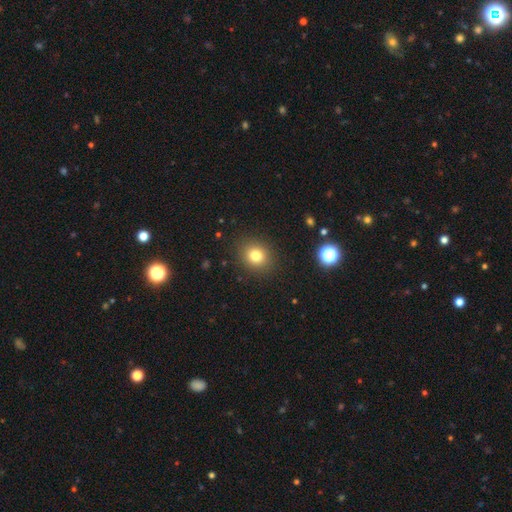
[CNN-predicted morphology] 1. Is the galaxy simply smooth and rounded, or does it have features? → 79% smooth, 13% star or artifact, 8% featured or disk.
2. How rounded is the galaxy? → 75% round, 24% in between, 1% cigar-shaped.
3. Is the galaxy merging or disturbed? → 89% none, 7% minor disturbance, 3% major disturbance, 1% merger.